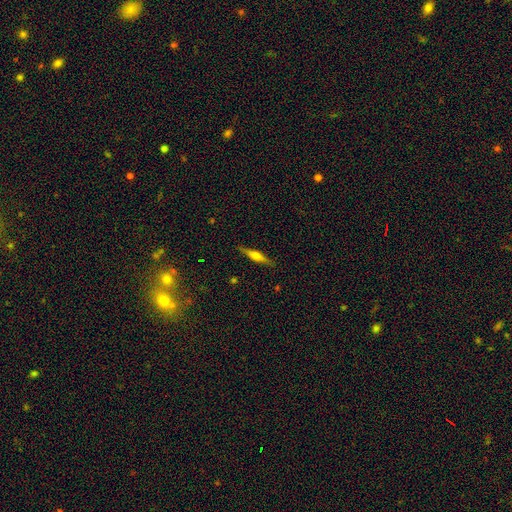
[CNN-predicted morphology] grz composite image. It shows a featured or disk galaxy (63%) viewed edge-on (97%) with a rounded central bulge (85%). Merging: none (90%).